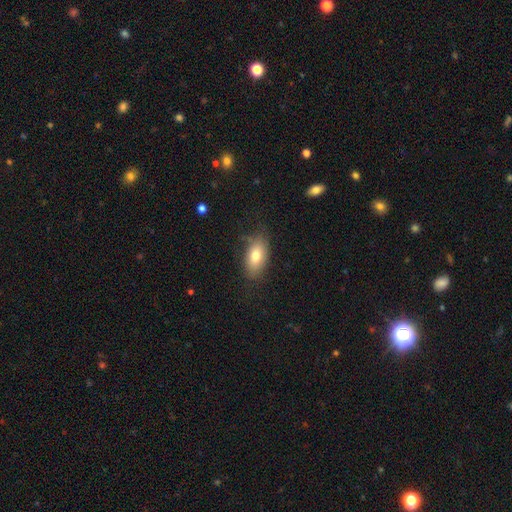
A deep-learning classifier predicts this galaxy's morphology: Smooth or featured: smooth — 76% (featured or disk — 16%)
How rounded: in between — 90% (round — 6%)
Merging: none — 76% (minor disturbance — 18%)